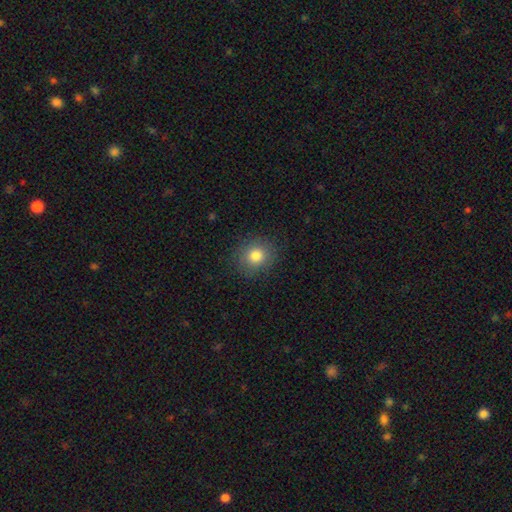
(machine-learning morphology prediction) The model was most divided on "how rounded": round: 83%, in between: 16%, cigar-shaped: 1%. More confident: merging — none (86%); smooth or featured — smooth (81%).